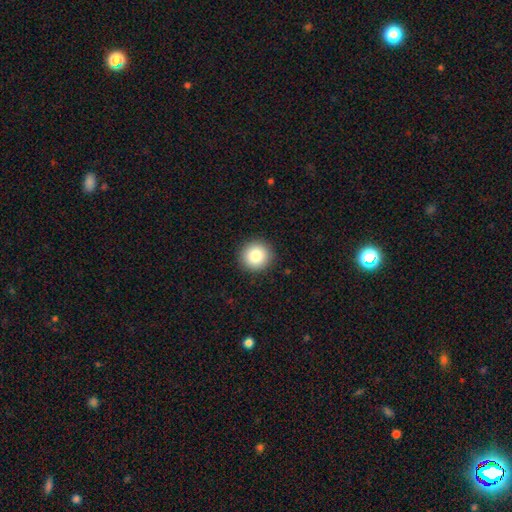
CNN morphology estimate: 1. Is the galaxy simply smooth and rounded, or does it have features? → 83% smooth, 10% star or artifact, 8% featured or disk.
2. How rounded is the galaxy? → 95% round, 4% in between, 1% cigar-shaped.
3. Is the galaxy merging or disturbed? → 92% none, 5% minor disturbance, 2% major disturbance, 1% merger.